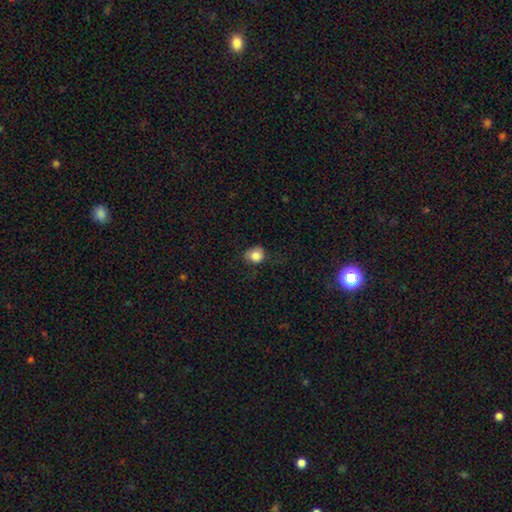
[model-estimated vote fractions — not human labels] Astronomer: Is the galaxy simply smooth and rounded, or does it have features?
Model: smooth — 84%.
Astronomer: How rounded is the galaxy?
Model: round — 70%.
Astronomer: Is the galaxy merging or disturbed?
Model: none — 66%.